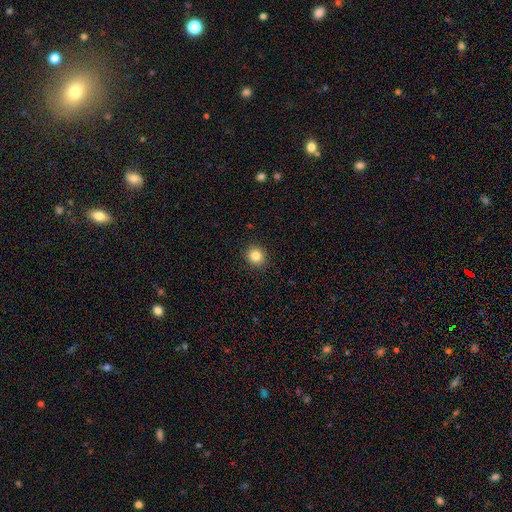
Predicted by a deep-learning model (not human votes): Morphology: type=smooth (84%); roundness=round (84%); merging=none (92%).